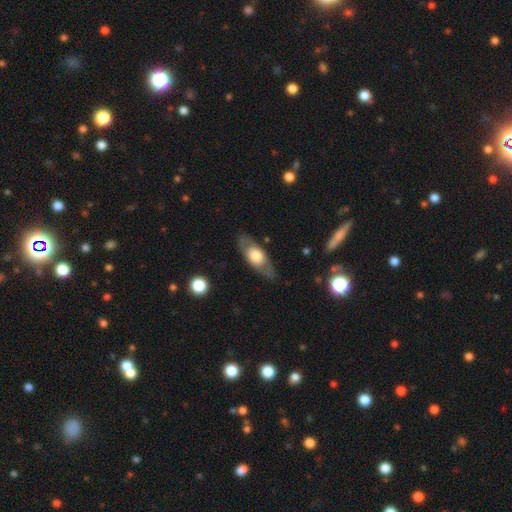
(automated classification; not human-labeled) Smooth or featured? featured or disk (49%)
Merging? none (82%)